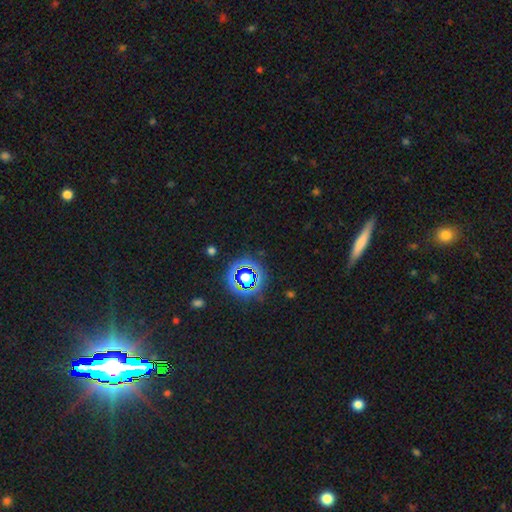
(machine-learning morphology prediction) This is likely a star or artifact rather than a galaxy (73%).